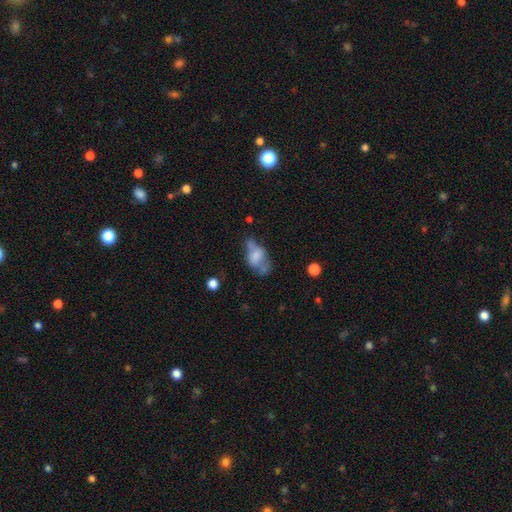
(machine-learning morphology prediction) Q: Smooth or featured?
A: smooth (55%); runner-up: featured or disk (34%)
Q: How rounded?
A: in between (83%); runner-up: round (14%)
Q: Merging?
A: merger (28%); runner-up: major disturbance (26%)